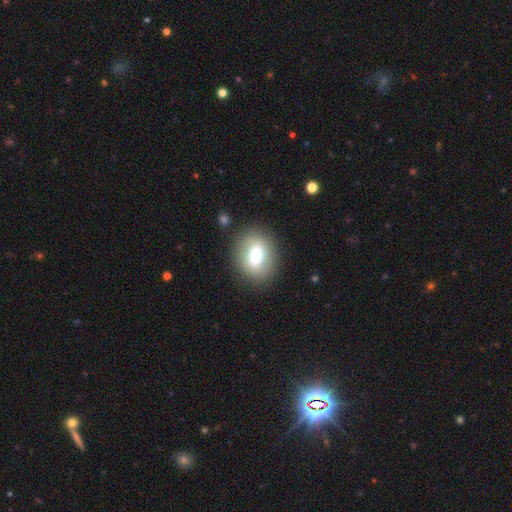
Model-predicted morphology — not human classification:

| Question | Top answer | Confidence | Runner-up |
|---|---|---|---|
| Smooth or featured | smooth | 70% | featured or disk (21%) |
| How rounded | round | 53% | in between (46%) |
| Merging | none | 85% | minor disturbance (9%) |